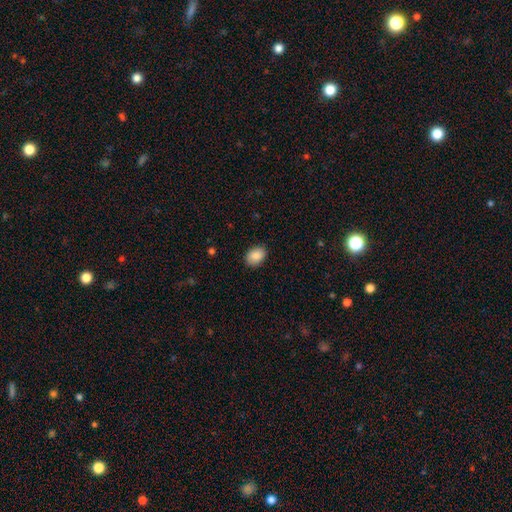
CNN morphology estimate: smooth 89%, star or artifact 7%, featured or disk 4%. Down the decision tree: how rounded — in between (75%); merging — none (87%).